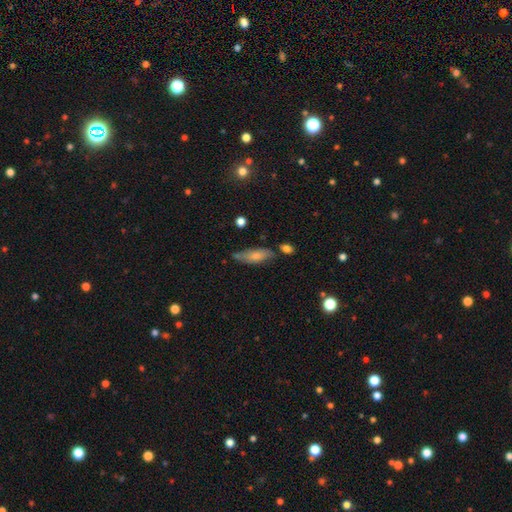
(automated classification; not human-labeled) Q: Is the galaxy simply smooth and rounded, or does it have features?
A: smooth — 70%.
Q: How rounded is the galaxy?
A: in between — 64%.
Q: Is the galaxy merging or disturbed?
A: none — 60%.